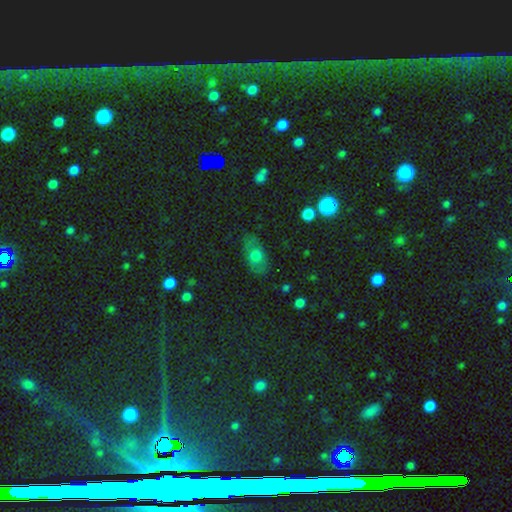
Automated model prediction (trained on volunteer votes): This appears to be a smooth galaxy with no disk features (62%) that is in between round and cigar-shaped (80%). Merging: none (75%).